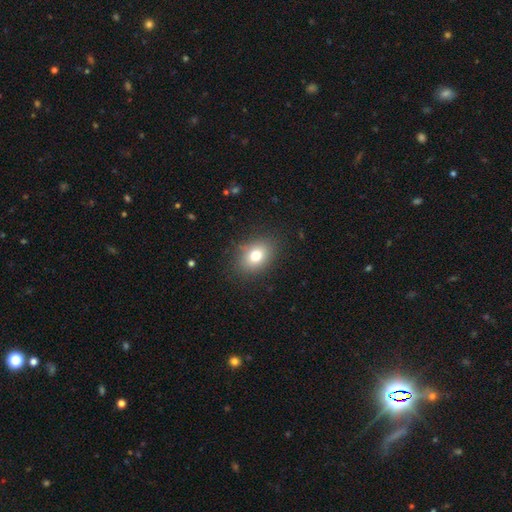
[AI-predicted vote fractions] Smooth or featured? Predicted: smooth (p=0.76). How rounded? Predicted: in between (p=0.63). Merging? Predicted: none (p=0.86).